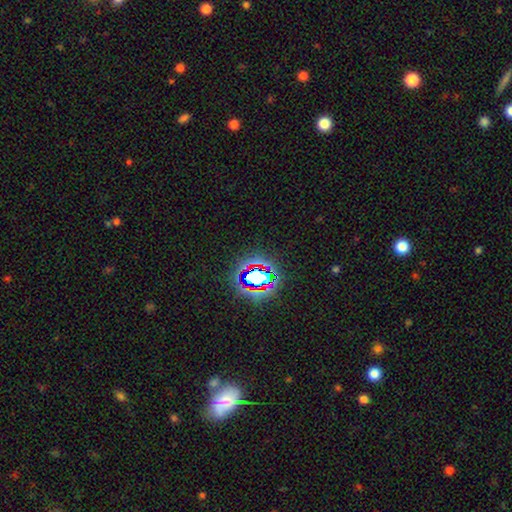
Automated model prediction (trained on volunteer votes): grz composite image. It shows a star or artifact, not a galaxy (79%).